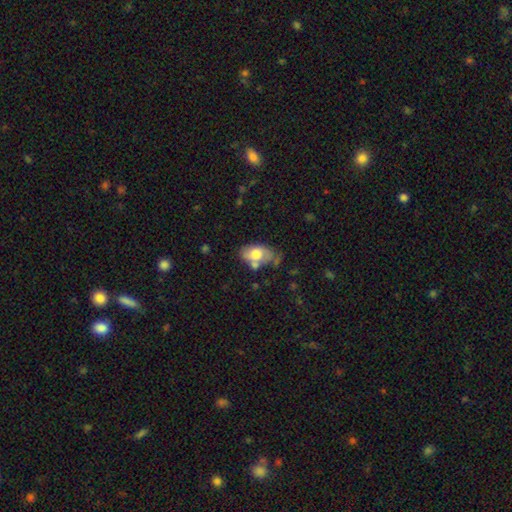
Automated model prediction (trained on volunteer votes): smooth_or_featured: smooth (p=0.63) [alt: featured or disk p=0.30]
how_rounded: in between (p=0.91) [alt: round p=0.07]
merging: none (p=0.44) [alt: minor disturbance p=0.30]